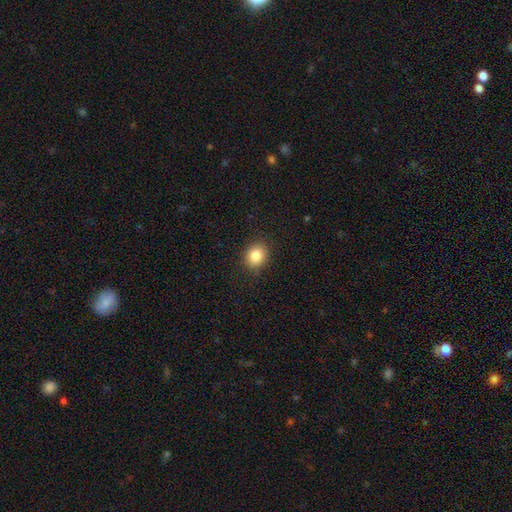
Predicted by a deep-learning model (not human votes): Morphology: type=smooth (85%); roundness=round (70%); merging=none (89%).